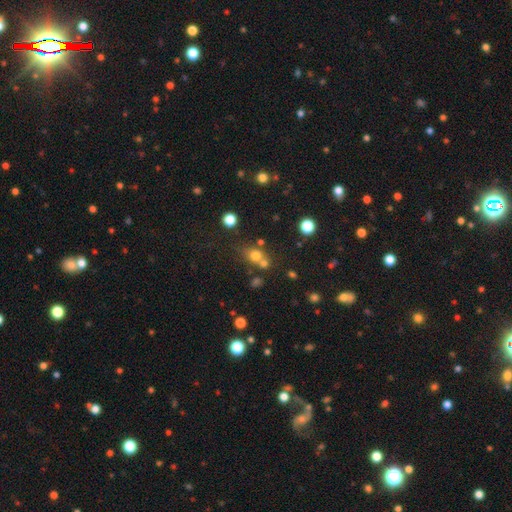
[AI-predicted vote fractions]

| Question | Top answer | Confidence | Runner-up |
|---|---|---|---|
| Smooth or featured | smooth | 71% | star or artifact (18%) |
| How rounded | round | 71% | in between (27%) |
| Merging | none | 50% | merger (35%) |